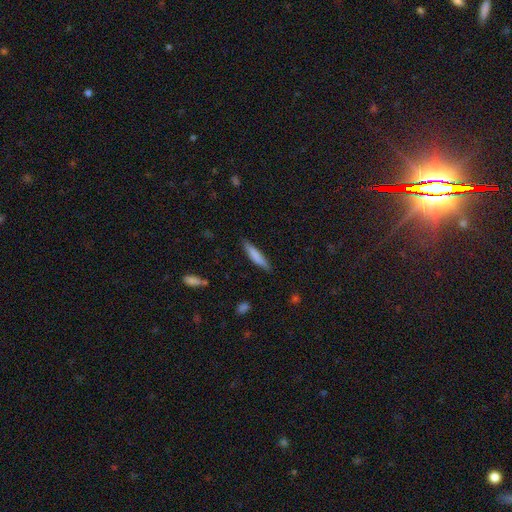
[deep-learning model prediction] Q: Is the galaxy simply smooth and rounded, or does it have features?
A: smooth — 77%.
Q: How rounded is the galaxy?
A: cigar-shaped — 85%.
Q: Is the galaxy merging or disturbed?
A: none — 85%.